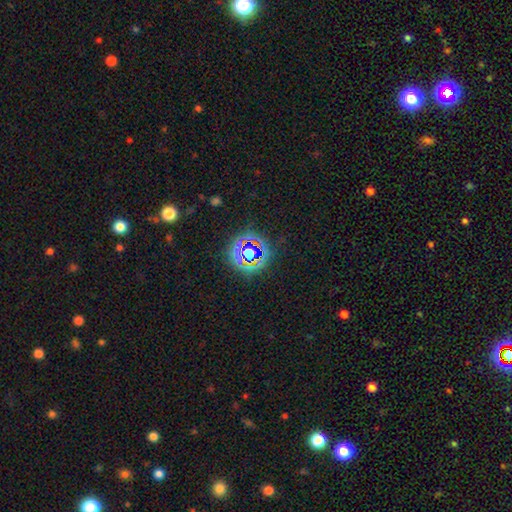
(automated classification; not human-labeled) smooth-or-featured: star or artifact: 73% | smooth: 17% | featured or disk: 9%